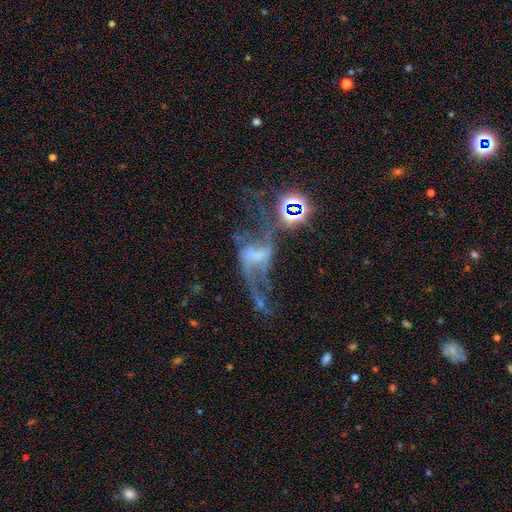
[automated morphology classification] featured or disk 73%, star or artifact 16%, smooth 10%. Down the decision tree: edge-on disk — no (95%); bar — weak (37%); spiral arms — yes (84%); spiral arm count — 2 (85%); spiral winding — loose (88%); bulge size — none (51%); merging — major disturbance (35%).